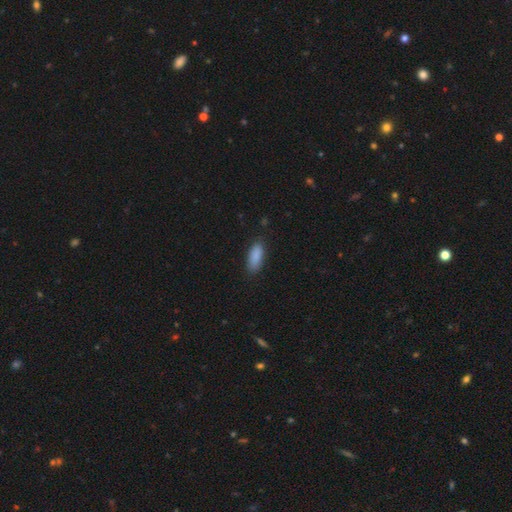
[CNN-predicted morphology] Overall: smooth (89%). How rounded: in between (74%). Merging: none (83%).